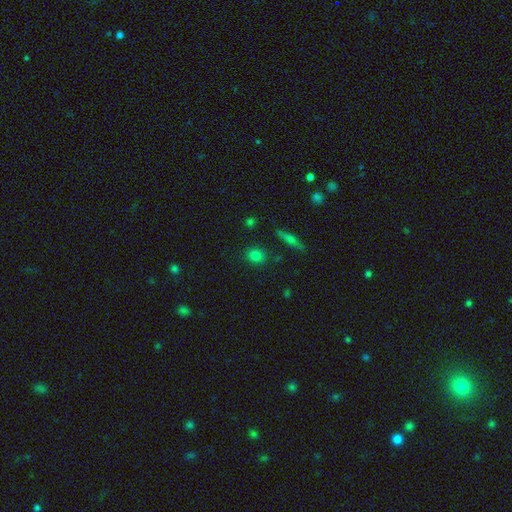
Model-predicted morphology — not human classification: A smooth galaxy with no disk features (79%) that is round (69%).

Vote fractions:
- Smooth or featured? smooth: 79% / star or artifact: 13% / featured or disk: 8%
- How rounded? round: 69% / in between: 28% / cigar-shaped: 3%
- Merging? none: 87% / minor disturbance: 9% / merger: 2% / major disturbance: 2%